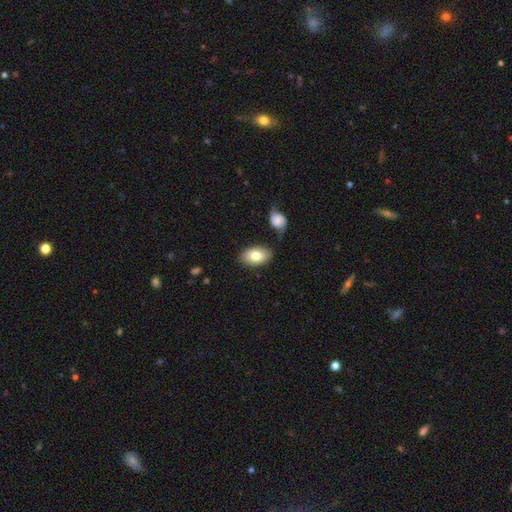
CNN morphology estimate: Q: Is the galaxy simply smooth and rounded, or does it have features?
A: smooth — 78%.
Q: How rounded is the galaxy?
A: in between — 90%.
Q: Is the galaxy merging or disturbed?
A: none — 73%.